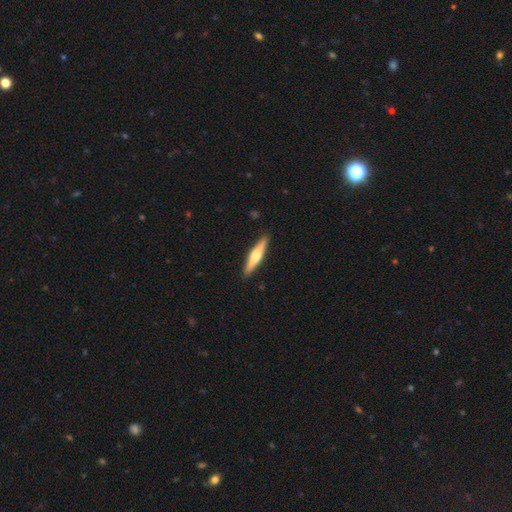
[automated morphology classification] Q: Smooth or featured?
A: featured or disk (53%); runner-up: smooth (41%)
Q: Edge-on disk?
A: yes (97%); runner-up: no (3%)
Q: Edge-on bulge?
A: rounded (87%); runner-up: boxy (8%)
Q: Merging?
A: none (90%); runner-up: minor disturbance (7%)